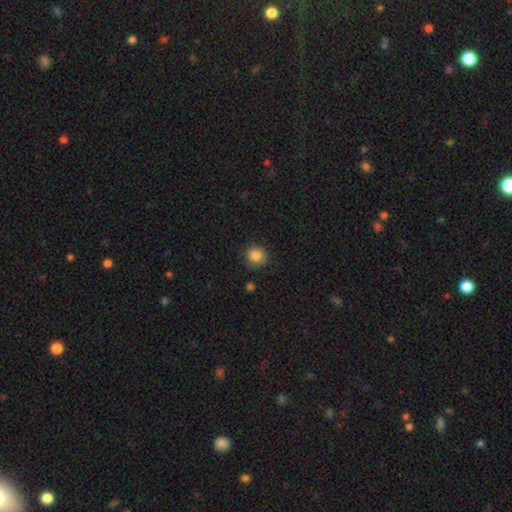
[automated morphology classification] Smooth or featured: smooth — 85% (star or artifact — 10%)
How rounded: round — 90% (in between — 9%)
Merging: none — 84% (minor disturbance — 12%)